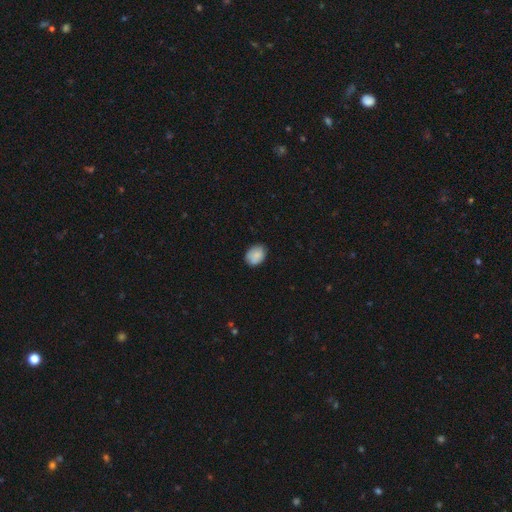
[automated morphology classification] smooth_or_featured: smooth (p=0.85) [alt: featured or disk p=0.08]
how_rounded: in between (p=0.66) [alt: round p=0.33]
merging: none (p=0.79) [alt: minor disturbance p=0.17]